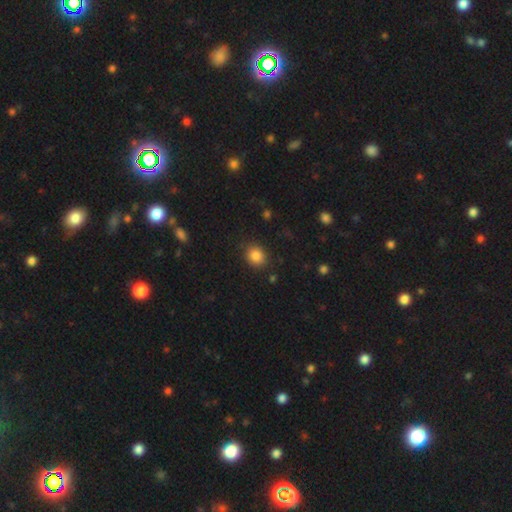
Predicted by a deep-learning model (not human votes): Smooth or featured? smooth (85%)
How rounded? round (65%)
Merging? none (85%)